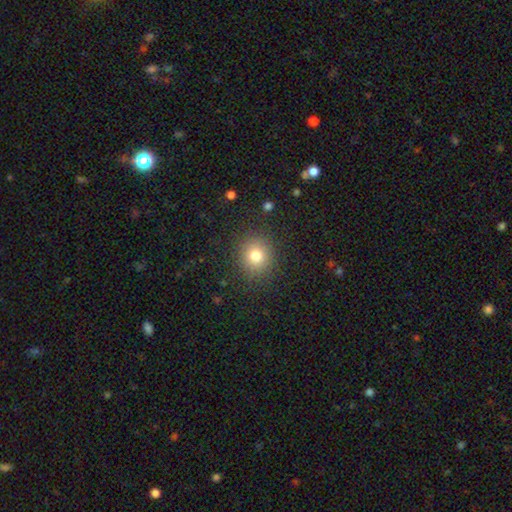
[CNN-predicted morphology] This appears to be a smooth galaxy with no disk features (78%) that is round (85%). Merging: none (88%).